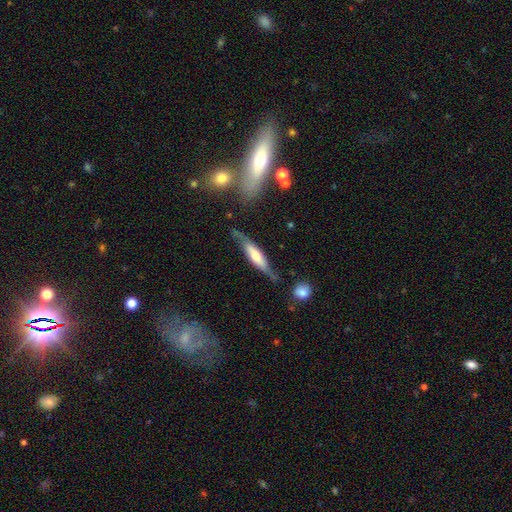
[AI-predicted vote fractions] smooth-or-featured: featured or disk: 61% | smooth: 33% | star or artifact: 6%
  disk-edge-on: yes: 74% | no: 26%
  merging: none: 64% | minor disturbance: 23% | major disturbance: 8% | merger: 4%